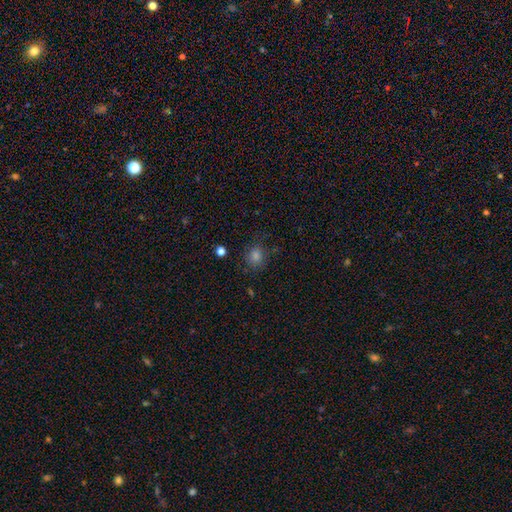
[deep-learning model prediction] Overall: smooth (71%). How rounded: round (78%). Merging: none (80%).